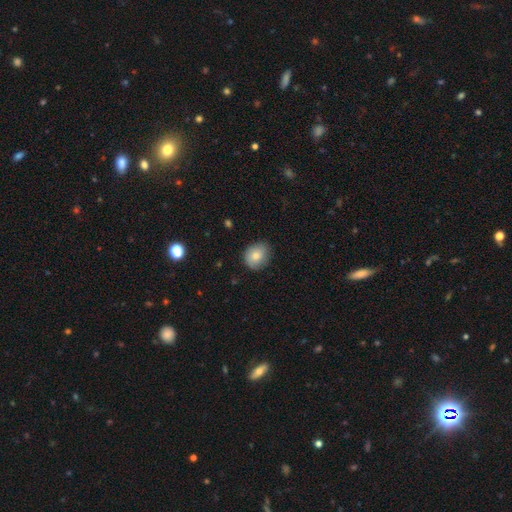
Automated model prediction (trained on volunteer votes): Q: Smooth or featured?
A: smooth (81%); runner-up: featured or disk (11%)
Q: How rounded?
A: round (63%); runner-up: in between (36%)
Q: Merging?
A: none (79%); runner-up: minor disturbance (17%)